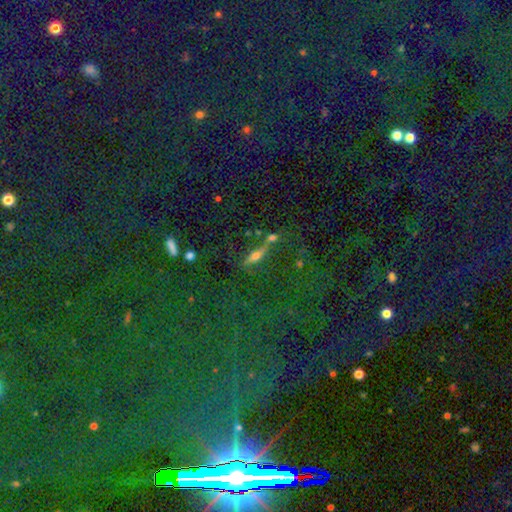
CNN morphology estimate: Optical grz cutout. It shows a featured or disk galaxy (46%). Merging: none (63%).